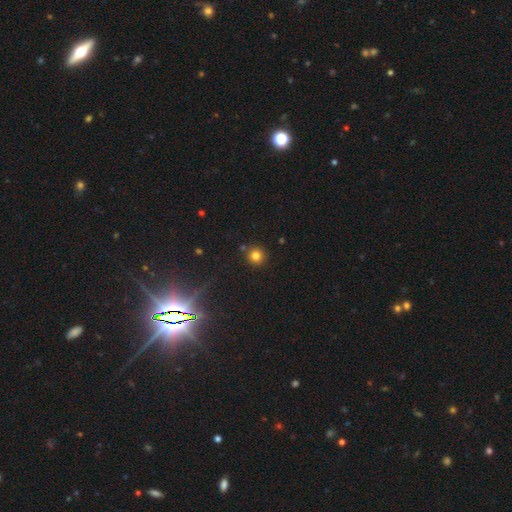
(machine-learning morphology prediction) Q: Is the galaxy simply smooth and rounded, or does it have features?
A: smooth — 80%.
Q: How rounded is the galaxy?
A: round — 93%.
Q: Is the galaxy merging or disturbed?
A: none — 86%.